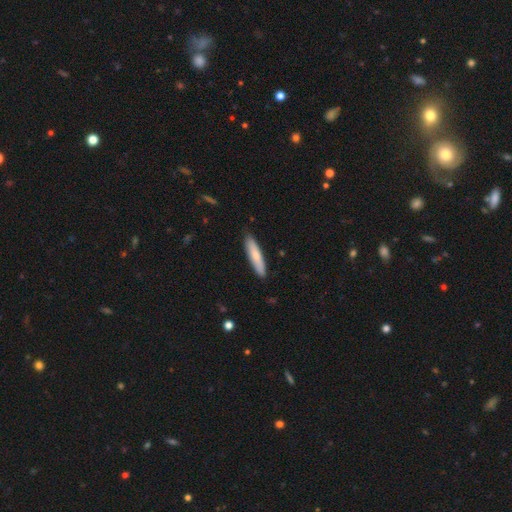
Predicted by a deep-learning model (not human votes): smooth 76%, featured or disk 18%, star or artifact 5%. Down the decision tree: how rounded — cigar-shaped (82%); merging — none (86%).